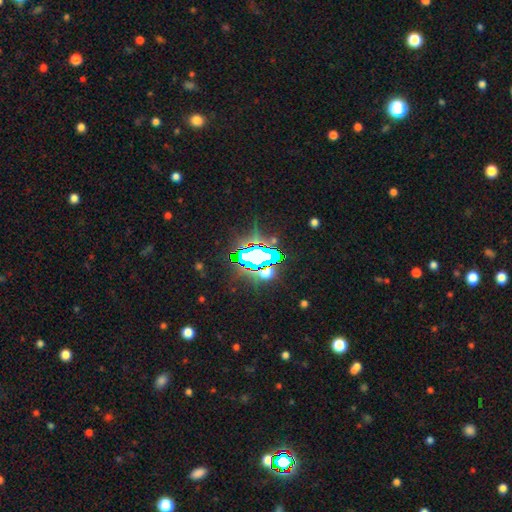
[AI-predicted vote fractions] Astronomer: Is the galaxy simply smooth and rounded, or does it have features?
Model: star or artifact — 72%.